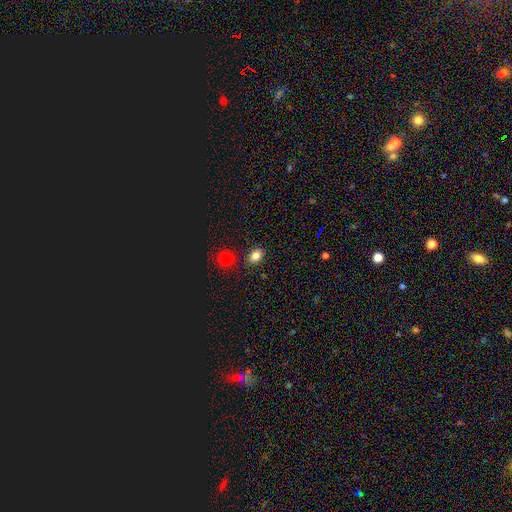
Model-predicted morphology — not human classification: smooth_or_featured: smooth (p=0.82) [alt: star or artifact p=0.12]
how_rounded: in between (p=0.58) [alt: round p=0.41]
merging: none (p=0.81) [alt: minor disturbance p=0.10]